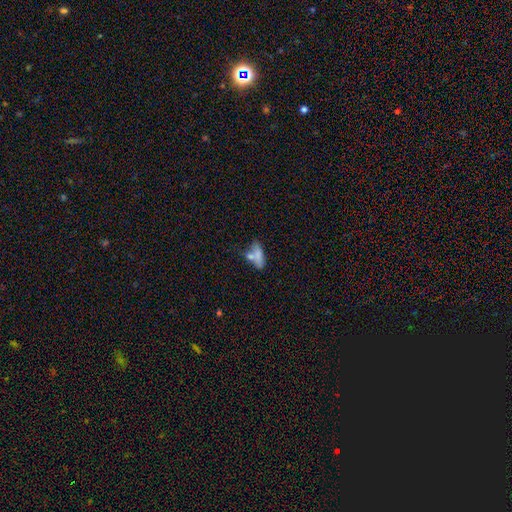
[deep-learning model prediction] Smooth or featured? Predicted: smooth (p=0.70). How rounded? Predicted: in between (p=0.64). Merging? Predicted: none (p=0.38).